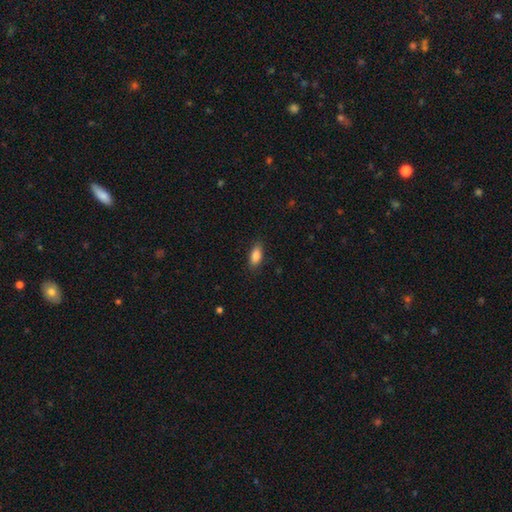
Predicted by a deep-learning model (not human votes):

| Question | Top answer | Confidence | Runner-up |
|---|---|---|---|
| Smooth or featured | smooth | 87% | star or artifact (7%) |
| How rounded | in between | 86% | cigar-shaped (11%) |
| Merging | none | 85% | minor disturbance (11%) |